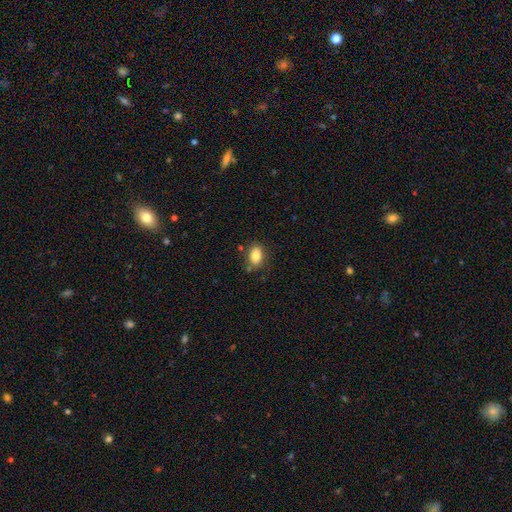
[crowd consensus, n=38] smooth-or-featured: smooth: 87% | featured or disk: 8% | star or artifact: 5%
  how-rounded: in between: 91% | round: 9% | cigar-shaped: 0%
  merging: none: 86% | minor disturbance: 8% | major disturbance: 3% | merger: 3%